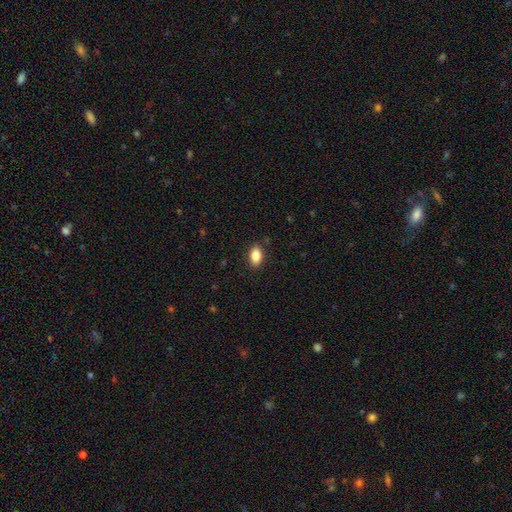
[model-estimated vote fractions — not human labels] Smooth or featured? Predicted: smooth (p=0.86). How rounded? Predicted: in between (p=0.90). Merging? Predicted: none (p=0.88).